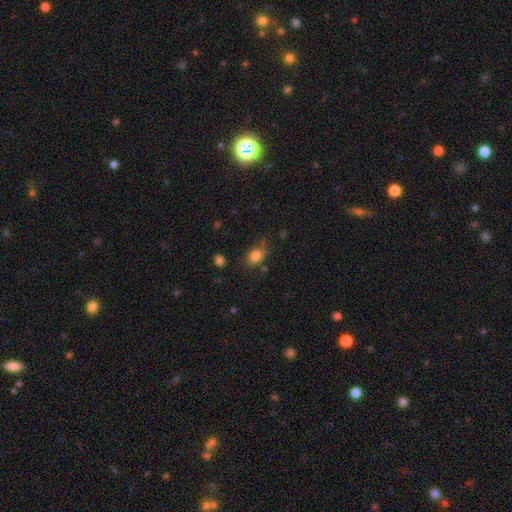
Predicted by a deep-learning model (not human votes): Morphology: type=smooth (83%); roundness=in between (73%); merging=none (67%).